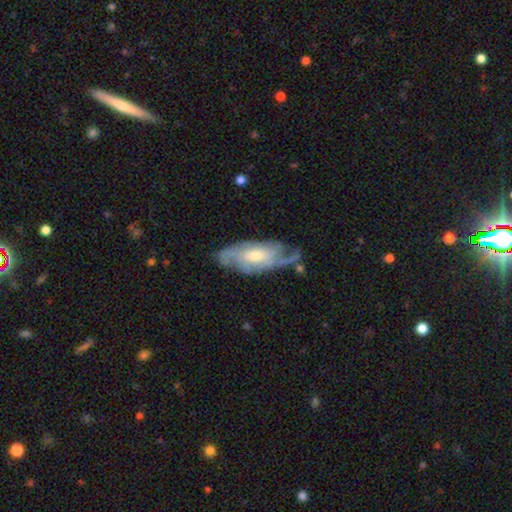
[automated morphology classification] A featured or disk galaxy (78%) with no bar (54%), tight (44%) spiral arms (90%) and a moderate central bulge (52%). Merging: none (64%).